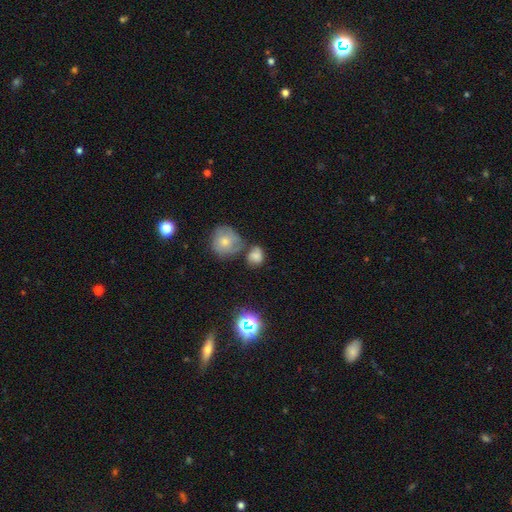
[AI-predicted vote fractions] smooth_or_featured: smooth (p=0.69) [alt: featured or disk p=0.16]
how_rounded: round (p=0.63) [alt: in between p=0.35]
merging: none (p=0.42) [alt: merger p=0.27]